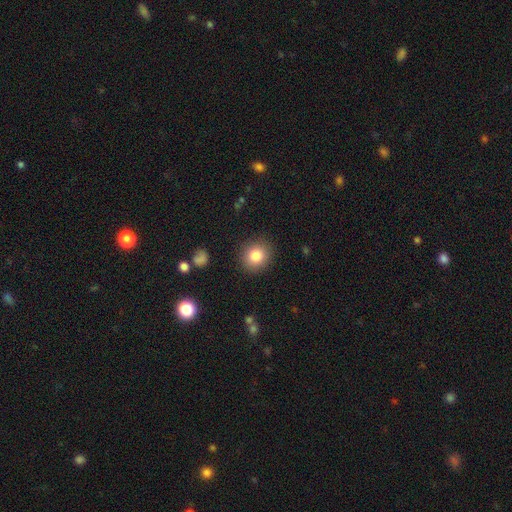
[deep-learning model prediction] Smooth or featured?
  - smooth: 82% *
  - star or artifact: 10%
  - featured or disk: 8%
How rounded?
  - round: 81% *
  - in between: 18%
  - cigar-shaped: 1%
Merging?
  - none: 88% *
  - minor disturbance: 8%
  - major disturbance: 3%
  - merger: 1%